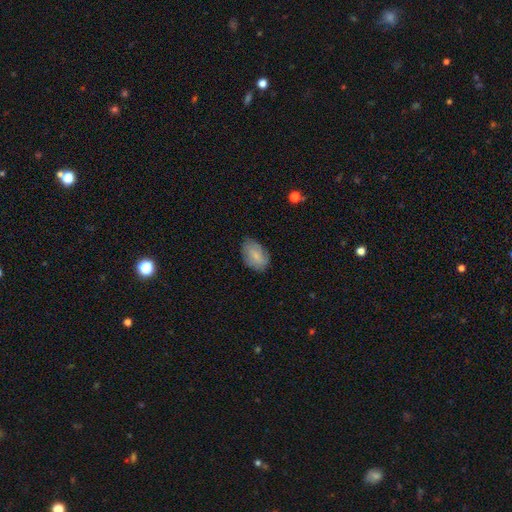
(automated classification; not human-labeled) Morphology: type=smooth (75%); roundness=in between (90%); merging=none (74%).